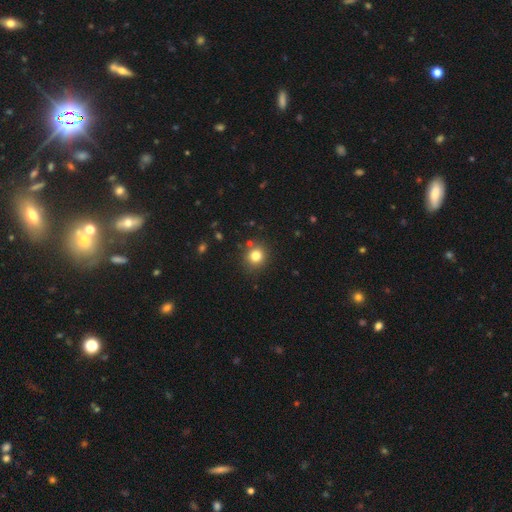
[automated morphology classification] This appears to be a smooth galaxy with no disk features (81%) that is round (88%). Merging: none (85%).